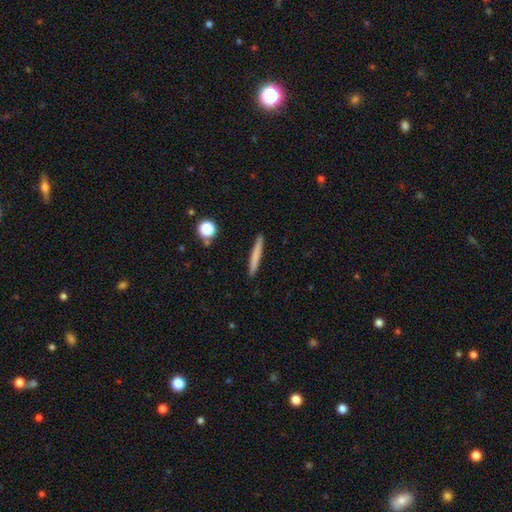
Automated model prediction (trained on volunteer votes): Q: Smooth or featured?
A: smooth (71%); runner-up: featured or disk (22%)
Q: How rounded?
A: cigar-shaped (96%); runner-up: in between (2%)
Q: Merging?
A: none (91%); runner-up: minor disturbance (6%)